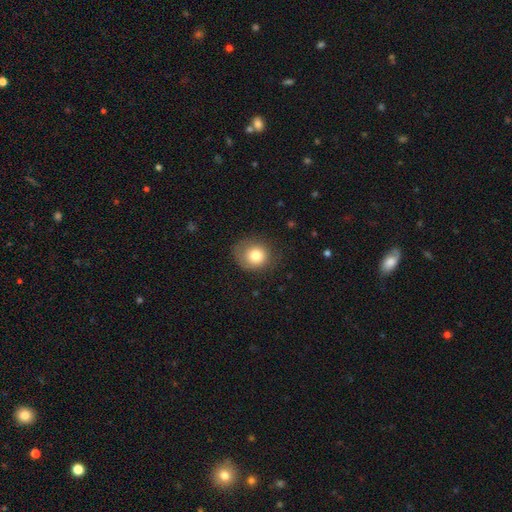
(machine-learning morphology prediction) Smooth or featured: smooth — 79% (featured or disk — 12%)
How rounded: round — 79% (in between — 20%)
Merging: none — 70% (minor disturbance — 20%)